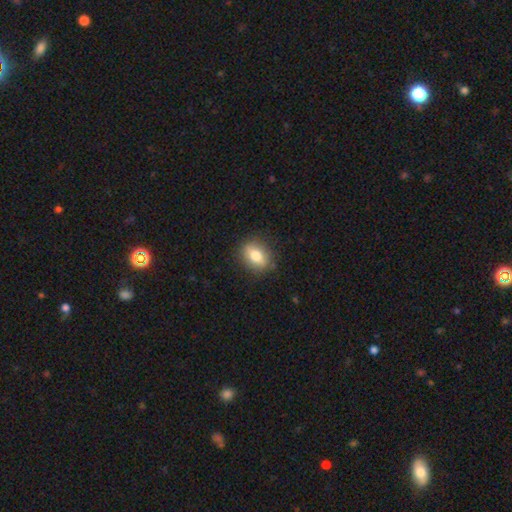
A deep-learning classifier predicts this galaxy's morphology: Smooth or featured?
  - smooth: 71% *
  - featured or disk: 21%
  - star or artifact: 8%
How rounded?
  - in between: 68% *
  - round: 28%
  - cigar-shaped: 4%
Merging?
  - none: 85% *
  - minor disturbance: 11%
  - major disturbance: 3%
  - merger: 1%